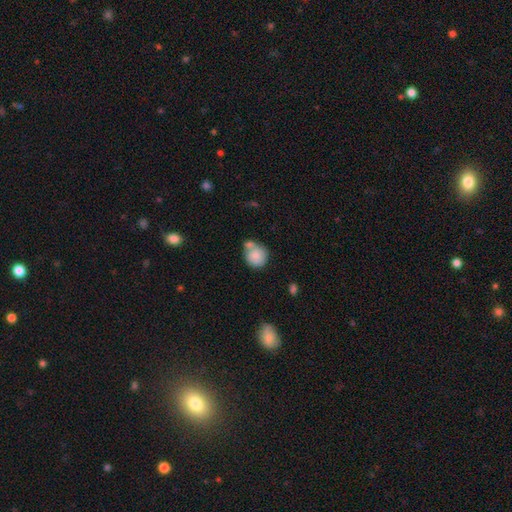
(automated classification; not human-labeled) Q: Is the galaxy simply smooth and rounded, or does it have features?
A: smooth — 81%.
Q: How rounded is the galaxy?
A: round — 83%.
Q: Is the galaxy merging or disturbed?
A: none — 43%.